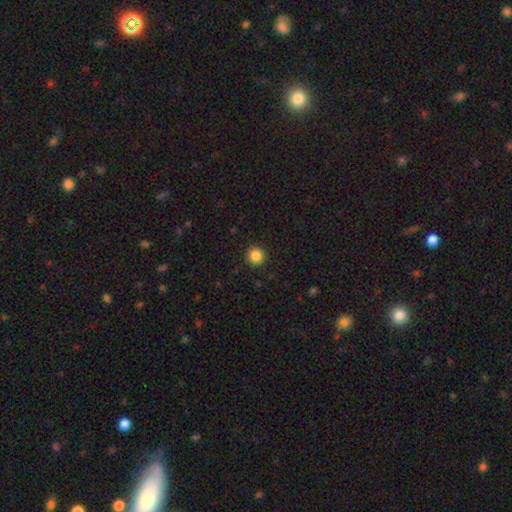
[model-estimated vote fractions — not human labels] smooth-or-featured: smooth: 86% | star or artifact: 10% | featured or disk: 4%
  how-rounded: round: 95% | in between: 4% | cigar-shaped: 1%
  merging: none: 92% | minor disturbance: 5% | major disturbance: 2% | merger: 1%